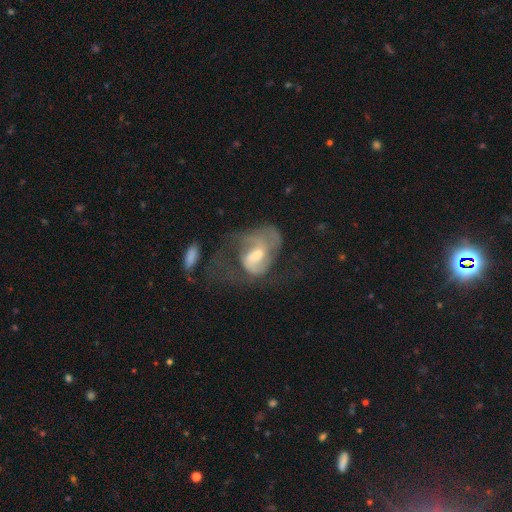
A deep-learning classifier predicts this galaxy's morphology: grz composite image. It shows a featured or disk galaxy (76%) with a weak bar (51%), 2 (49%) medium (45%) spiral arms (83%) and a moderate central bulge (55%). Merging: major disturbance (48%).